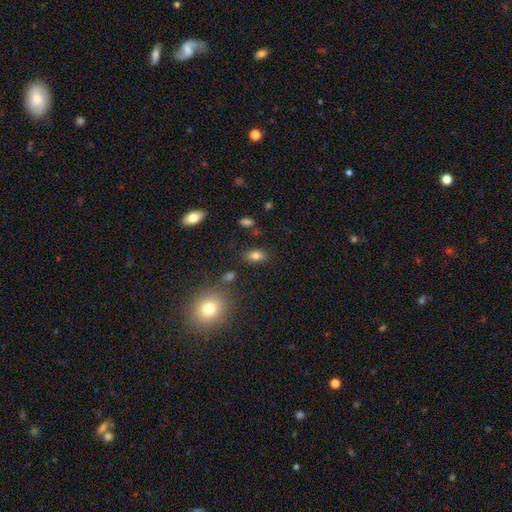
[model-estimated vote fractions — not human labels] A smooth galaxy with no disk features (80%) that is in between round and cigar-shaped (83%). Merging: none (82%).